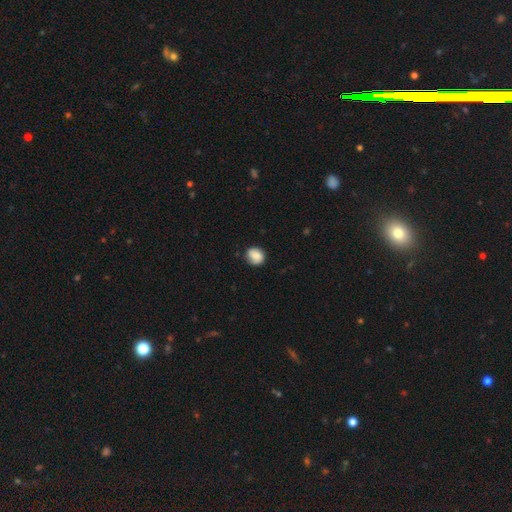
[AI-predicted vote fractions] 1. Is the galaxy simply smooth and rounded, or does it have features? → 80% smooth, 11% featured or disk, 8% star or artifact.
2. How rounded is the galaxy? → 74% round, 25% in between, 1% cigar-shaped.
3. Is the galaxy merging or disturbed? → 78% none, 17% minor disturbance, 4% major disturbance, 2% merger.